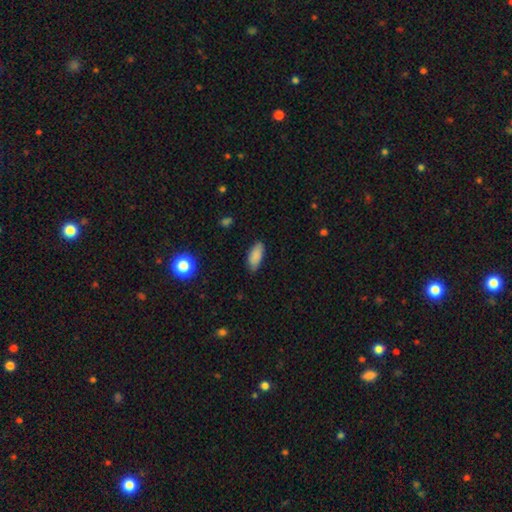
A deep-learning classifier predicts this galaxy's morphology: Smooth or featured? Predicted: smooth (p=0.87). How rounded? Predicted: in between (p=0.83). Merging? Predicted: none (p=0.81).